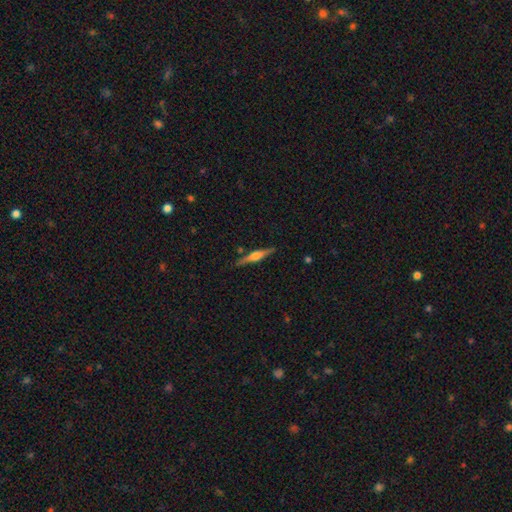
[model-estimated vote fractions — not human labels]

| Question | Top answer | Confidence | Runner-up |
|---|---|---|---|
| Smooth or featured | featured or disk | 71% | smooth (23%) |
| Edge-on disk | yes | 98% | no (2%) |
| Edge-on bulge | rounded | 82% | boxy (14%) |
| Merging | none | 87% | minor disturbance (9%) |